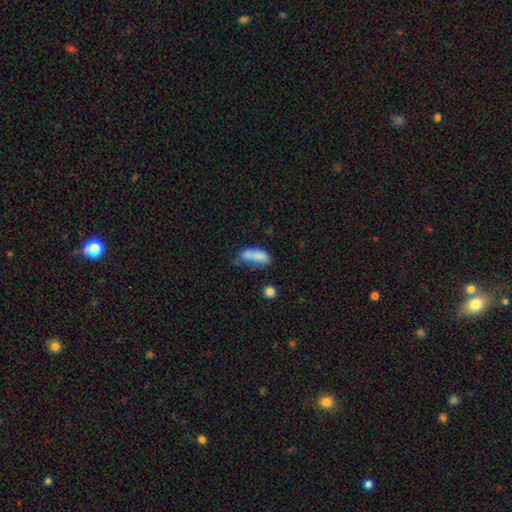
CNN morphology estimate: Smooth or featured? smooth (77%)
How rounded? in between (73%)
Merging? none (33%)